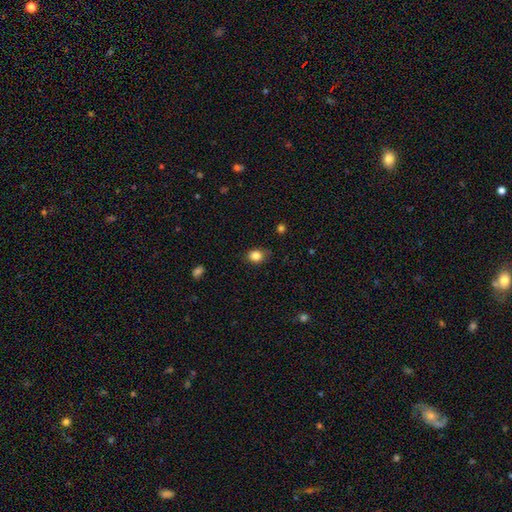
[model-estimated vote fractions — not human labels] Smooth or featured? Predicted: smooth (p=0.85). How rounded? Predicted: round (p=0.54). Merging? Predicted: none (p=0.78).